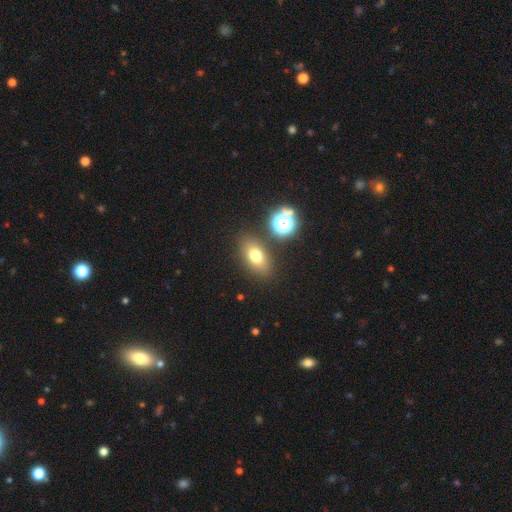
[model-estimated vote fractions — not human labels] Smooth or featured? Predicted: smooth (p=0.72). How rounded? Predicted: in between (p=0.78). Merging? Predicted: none (p=0.82).